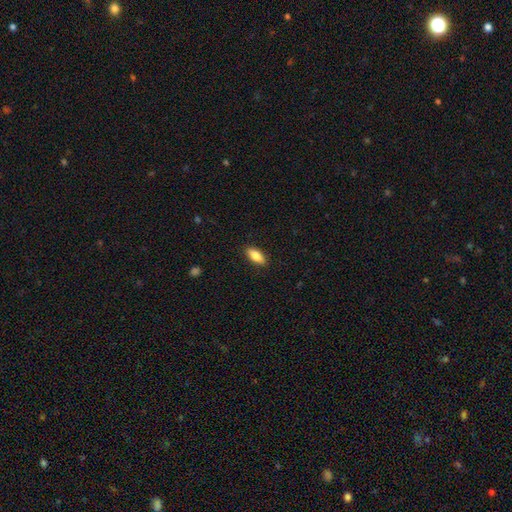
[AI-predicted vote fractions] A smooth galaxy with no disk features (83%) that is in between round and cigar-shaped (83%). Merging: none (89%).